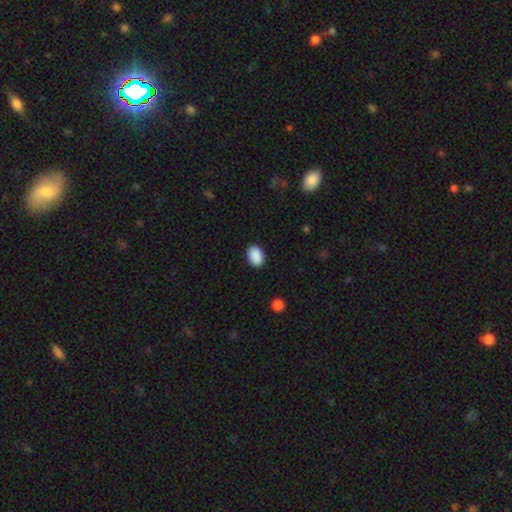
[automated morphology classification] Smooth or featured? smooth (91%)
How rounded? in between (87%)
Merging? none (88%)